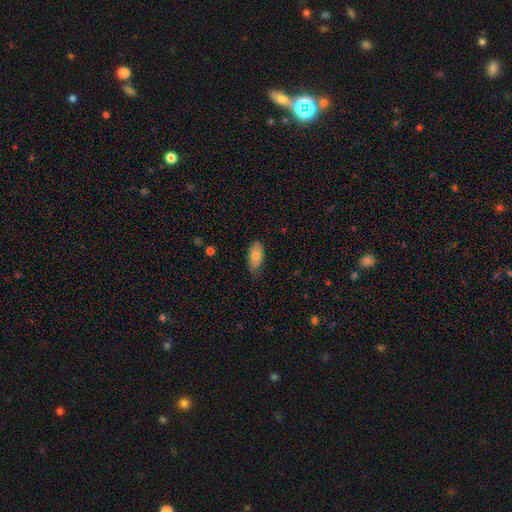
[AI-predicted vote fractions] This is likely a smooth galaxy (79%). How rounded: clearly in between (91%). Merging: likely none (72%).